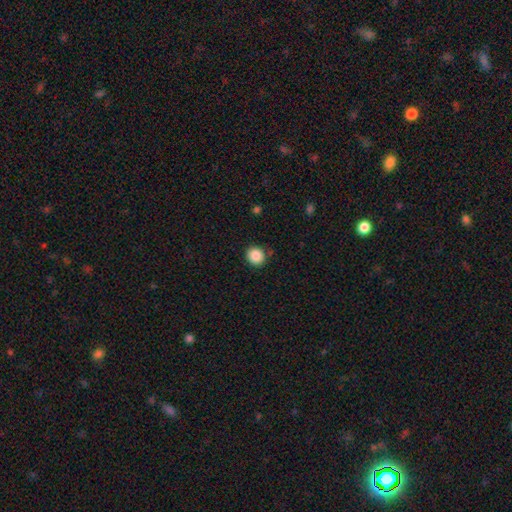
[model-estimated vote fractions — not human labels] Overall: smooth (87%). How rounded: round (87%). Merging: none (87%).